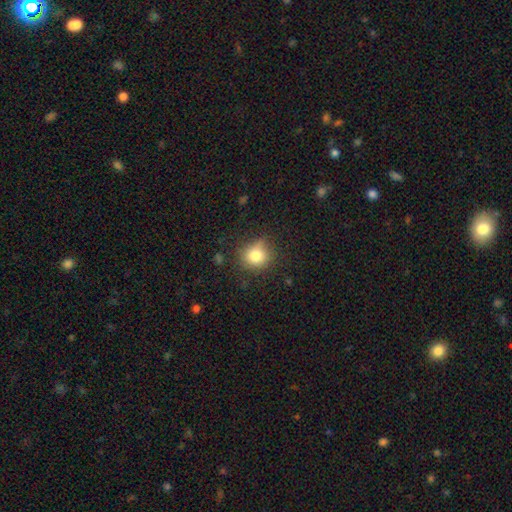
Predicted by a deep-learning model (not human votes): smooth_or_featured: smooth (p=0.80) [alt: star or artifact p=0.12]
how_rounded: round (p=0.82) [alt: in between p=0.17]
merging: none (p=0.73) [alt: minor disturbance p=0.19]